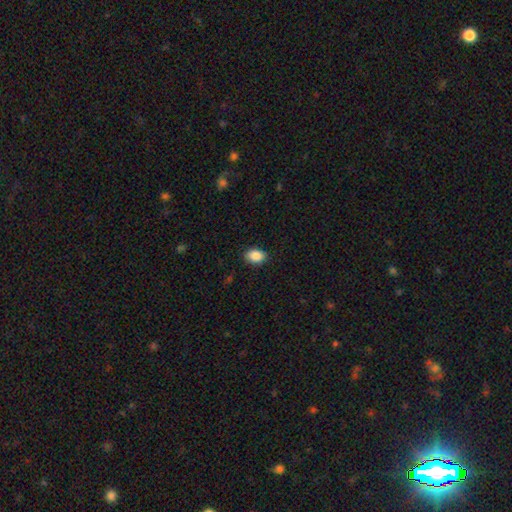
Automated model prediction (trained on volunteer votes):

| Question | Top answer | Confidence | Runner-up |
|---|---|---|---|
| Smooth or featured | smooth | 89% | star or artifact (8%) |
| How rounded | in between | 79% | round (20%) |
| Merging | none | 88% | minor disturbance (9%) |